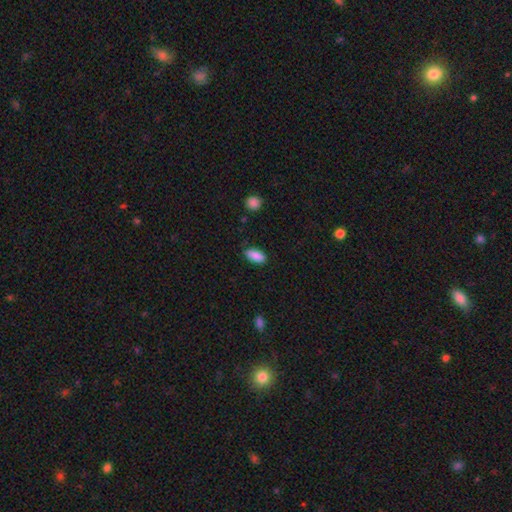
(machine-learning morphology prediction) Smooth or featured? Predicted: smooth (p=0.89). How rounded? Predicted: in between (p=0.87). Merging? Predicted: none (p=0.83).